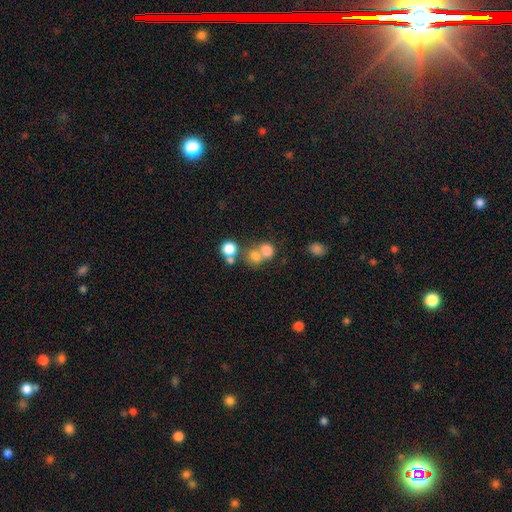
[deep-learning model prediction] Q: Smooth or featured?
A: smooth (71%); runner-up: star or artifact (15%)
Q: How rounded?
A: round (70%); runner-up: in between (29%)
Q: Merging?
A: merger (49%); runner-up: none (38%)